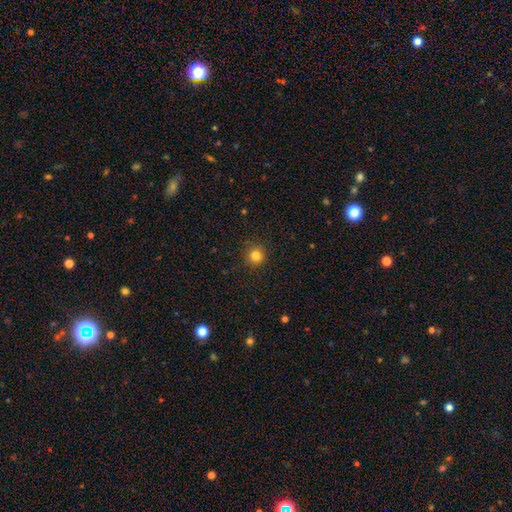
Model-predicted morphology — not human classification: A smooth galaxy with no disk features (82%) that is round (93%). Merging: none (90%).